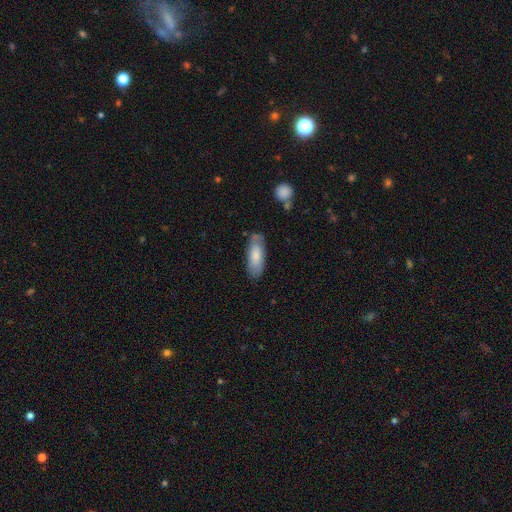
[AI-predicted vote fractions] Smooth or featured: smooth — 75% (featured or disk — 19%)
How rounded: in between — 75% (cigar-shaped — 23%)
Merging: none — 74% (minor disturbance — 19%)